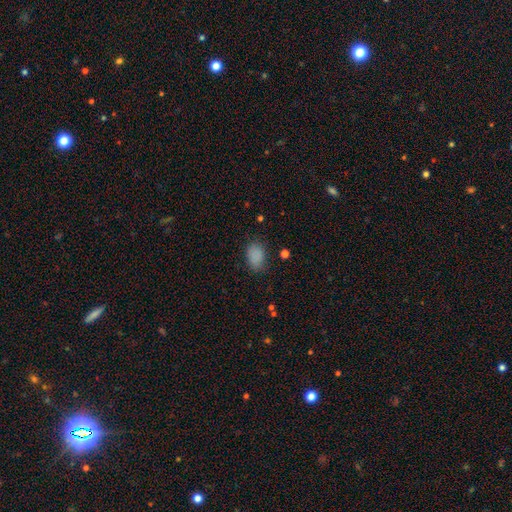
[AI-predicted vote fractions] Q: Smooth or featured?
A: smooth (86%); runner-up: star or artifact (10%)
Q: How rounded?
A: in between (84%); runner-up: round (15%)
Q: Merging?
A: none (78%); runner-up: minor disturbance (16%)